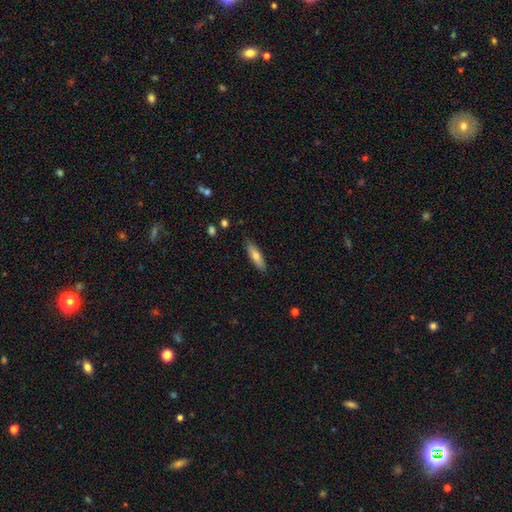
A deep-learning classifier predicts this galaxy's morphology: This appears to be a smooth galaxy with no disk features (73%) that is cigar-shaped (62%). Merging: none (87%).